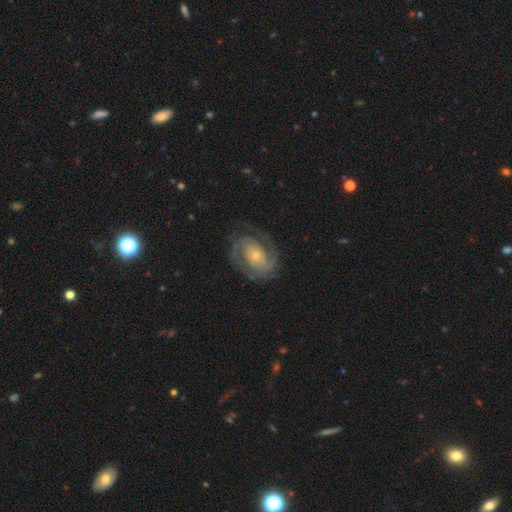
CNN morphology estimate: A featured or disk galaxy (87%) with no bar (64%), 2 (71%) tight (50%) spiral arms (96%) and a small central bulge (63%).

Vote fractions:
- Smooth or featured? featured or disk: 87% / smooth: 8% / star or artifact: 5%
- Edge-on disk? no: 97% / yes: 3%
- Bar? no: 64% / weak: 26% / strong: 10%
- Spiral arms? yes: 96% / no: 4%
- Spiral winding? tight: 50% / medium: 40% / loose: 10%
- Spiral arm count? 2: 71% / can't tell: 10% / 3: 10% / 1: 3% / 4: 3% / more than 4: 3%
- Bulge size? small: 63% / moderate: 31% / large: 3% / none: 2% / dominant: 1%
- Merging? none: 75% / minor disturbance: 15% / major disturbance: 9% / merger: 1%